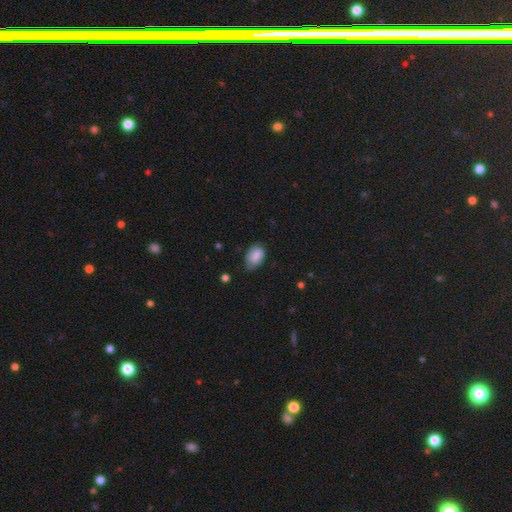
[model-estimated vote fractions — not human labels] Overall: smooth (82%). How rounded: in between (83%). Merging: none (57%; minor disturbance 34%).